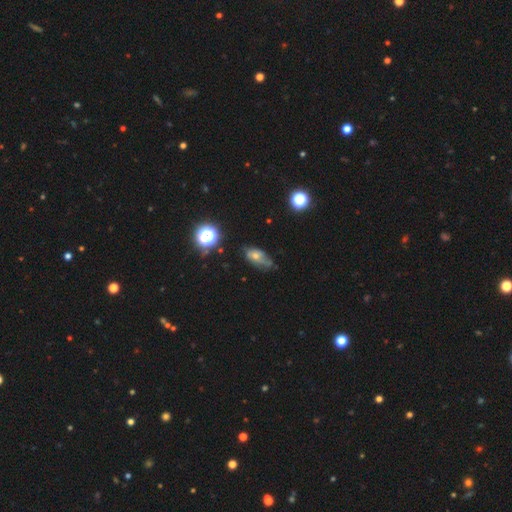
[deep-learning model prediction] This appears to be a smooth galaxy with no disk features (47%). Merging: none (39%).